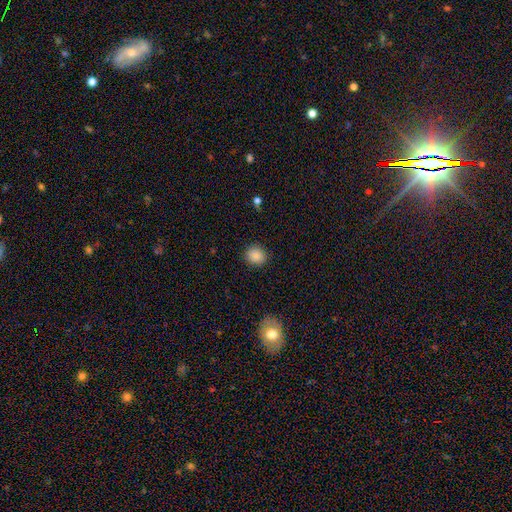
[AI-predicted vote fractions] Smooth or featured: smooth — 86% (star or artifact — 10%)
How rounded: round — 81% (in between — 18%)
Merging: none — 90% (minor disturbance — 7%)